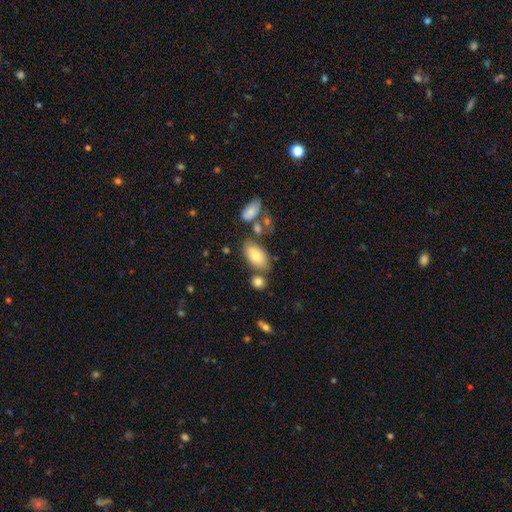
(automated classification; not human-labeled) Smooth or featured?
  - smooth: 80% *
  - featured or disk: 13%
  - star or artifact: 8%
How rounded?
  - in between: 93% *
  - round: 4%
  - cigar-shaped: 3%
Merging?
  - none: 64% *
  - merger: 16%
  - minor disturbance: 15%
  - major disturbance: 5%